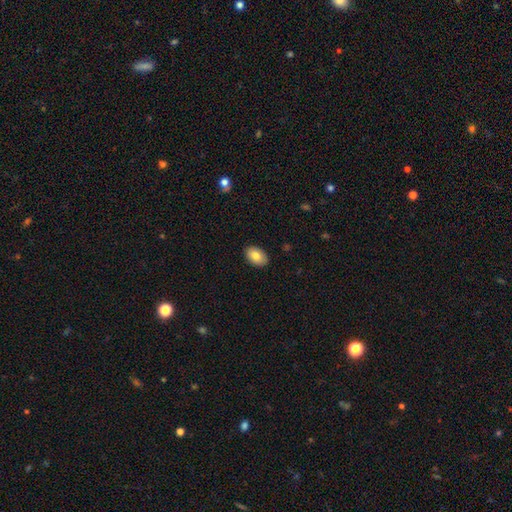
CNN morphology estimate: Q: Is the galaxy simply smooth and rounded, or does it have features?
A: smooth — 80%.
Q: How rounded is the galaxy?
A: in between — 90%.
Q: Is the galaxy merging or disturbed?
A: none — 89%.